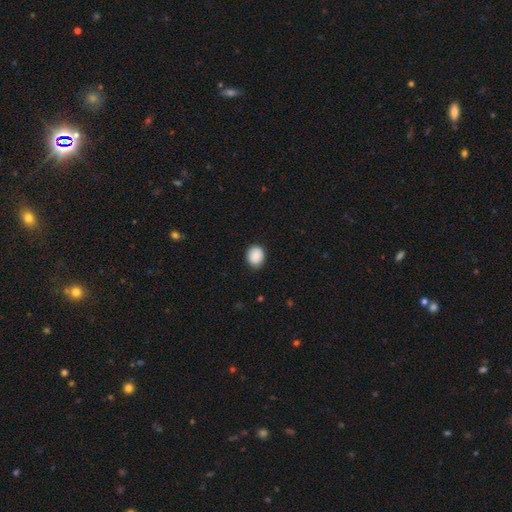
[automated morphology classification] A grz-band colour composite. It shows a smooth galaxy with no disk features (88%) that is round (64%). Merging: none (84%).